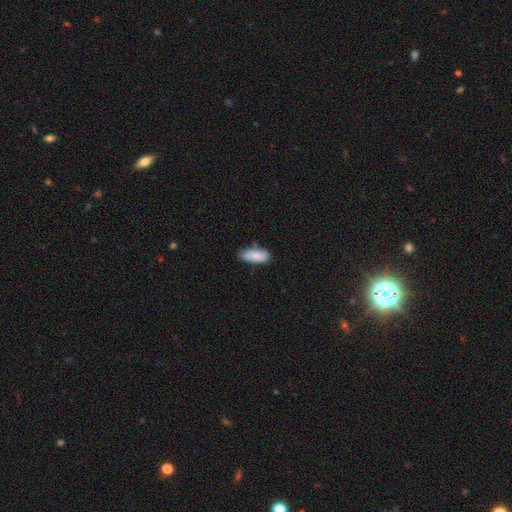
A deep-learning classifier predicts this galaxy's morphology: smooth_or_featured: smooth (p=0.85) [alt: featured or disk p=0.09]
how_rounded: in between (p=0.84) [alt: cigar-shaped p=0.15]
merging: none (p=0.71) [alt: minor disturbance p=0.22]